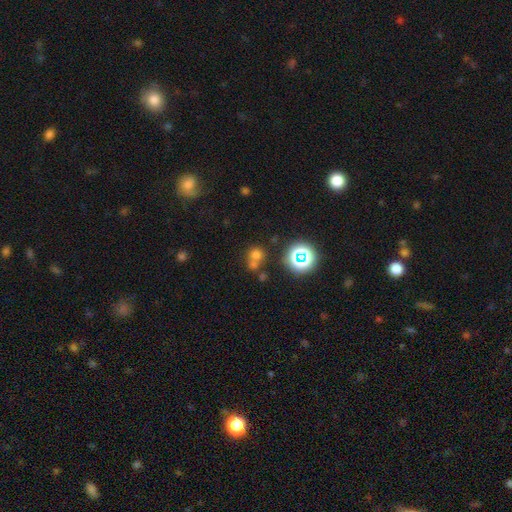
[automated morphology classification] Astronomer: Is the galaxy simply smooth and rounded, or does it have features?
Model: smooth — 62%.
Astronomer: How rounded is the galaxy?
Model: round — 84%.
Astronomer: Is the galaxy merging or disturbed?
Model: none — 48% (runner-up: merger, 40%).